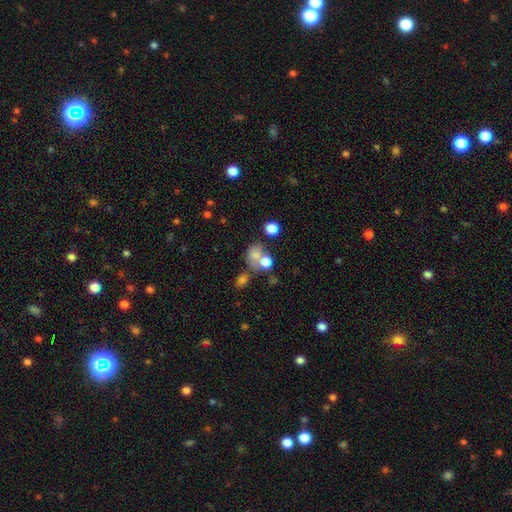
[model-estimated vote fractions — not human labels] A smooth galaxy with no disk features (70%) that is round (56%). Merging: merger (42%).